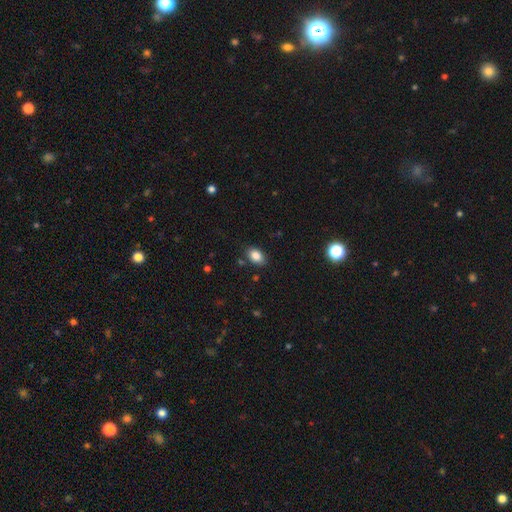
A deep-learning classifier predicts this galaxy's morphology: type=smooth (85%); roundness=in between (85%); merging=none (83%).